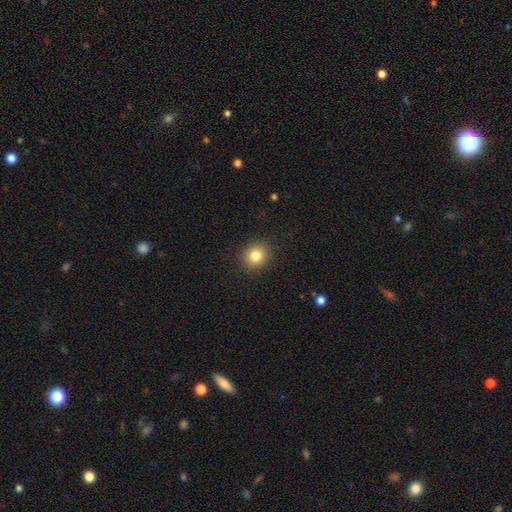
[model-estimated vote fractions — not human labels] Smooth or featured? Predicted: smooth (p=0.83). How rounded? Predicted: round (p=0.80). Merging? Predicted: none (p=0.90).